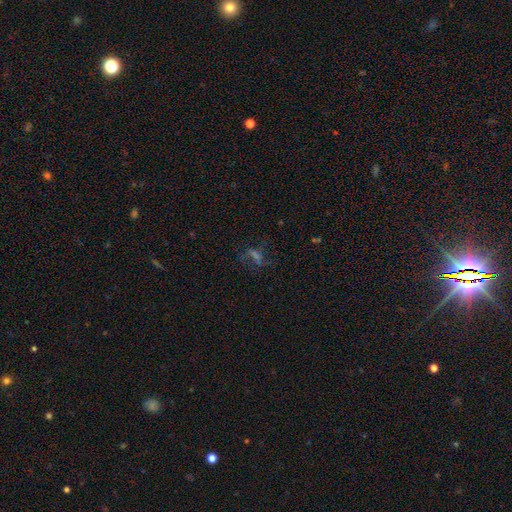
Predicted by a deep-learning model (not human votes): Q: Smooth or featured?
A: featured or disk (42%); runner-up: star or artifact (34%)
Q: Merging?
A: none (58%); runner-up: major disturbance (22%)